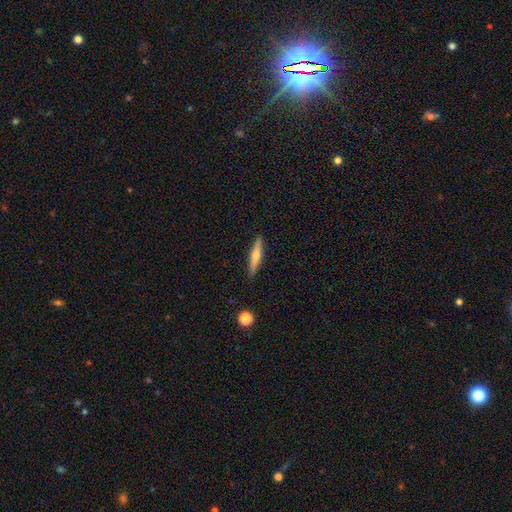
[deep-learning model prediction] Smooth or featured?
  - smooth: 47% * (tied)
  - featured or disk: 47% * (tied)
  - star or artifact: 6%
Merging?
  - none: 90% *
  - minor disturbance: 7%
  - major disturbance: 2%
  - merger: 1%